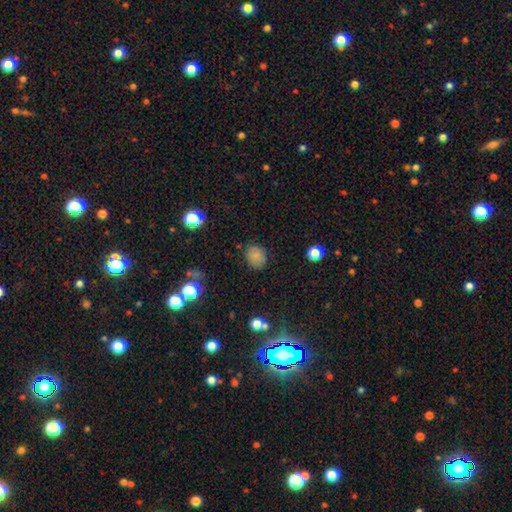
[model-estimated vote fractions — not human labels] Smooth or featured?
  - smooth: 81% *
  - star or artifact: 12%
  - featured or disk: 7%
How rounded?
  - round: 61% *
  - in between: 38%
  - cigar-shaped: 1%
Merging?
  - none: 84% *
  - minor disturbance: 12%
  - major disturbance: 3%
  - merger: 2%